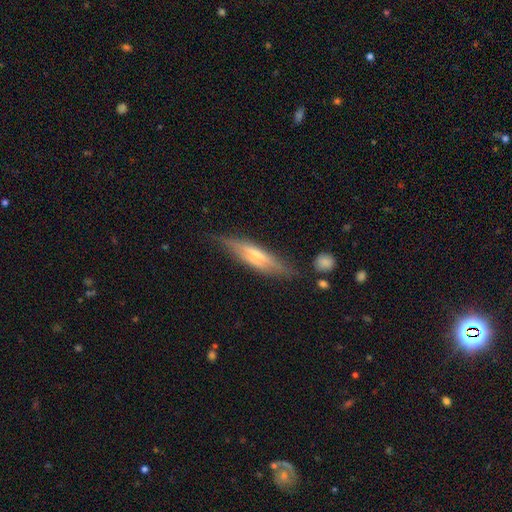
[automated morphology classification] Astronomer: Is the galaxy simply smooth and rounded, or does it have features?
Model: featured or disk — 64%.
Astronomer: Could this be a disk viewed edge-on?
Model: yes — 93%.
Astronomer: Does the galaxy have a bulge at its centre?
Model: rounded — 62%.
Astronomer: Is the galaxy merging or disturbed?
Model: none — 78%.